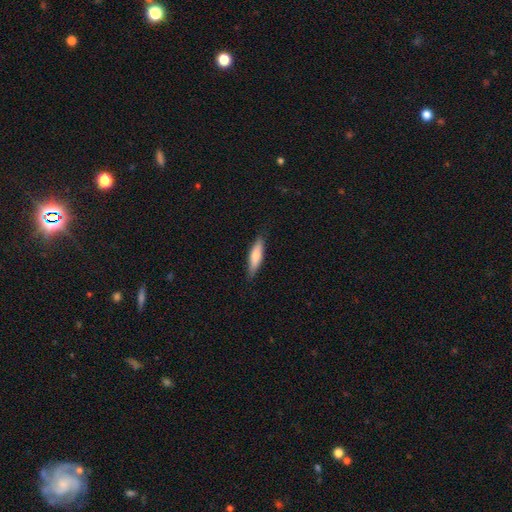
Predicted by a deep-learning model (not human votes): Overall: smooth (73%). How rounded: cigar-shaped (72%). Merging: none (85%).